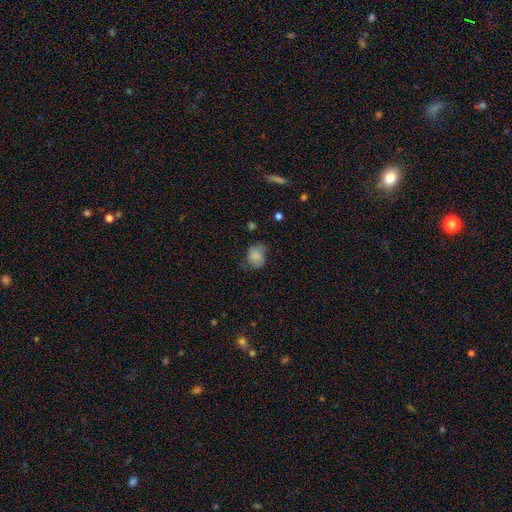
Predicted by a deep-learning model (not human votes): smooth 79%, featured or disk 12%, star or artifact 9%. Down the decision tree: how rounded — round (51%); merging — none (56%).